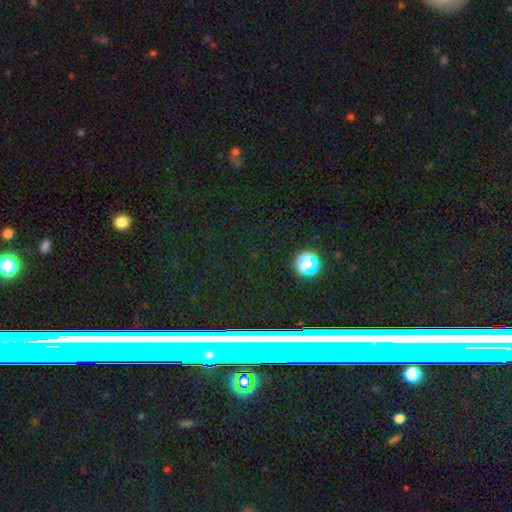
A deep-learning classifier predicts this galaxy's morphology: A star or artifact, not a galaxy (70%).

Vote fractions:
- Smooth or featured? star or artifact: 70% / featured or disk: 19% / smooth: 11%